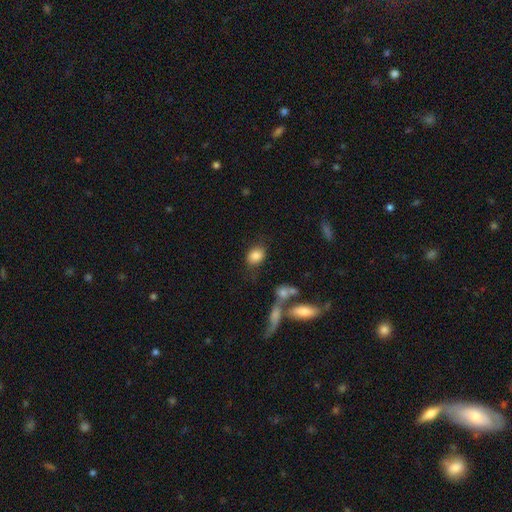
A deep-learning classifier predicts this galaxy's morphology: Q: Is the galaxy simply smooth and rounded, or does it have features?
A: smooth — 83%.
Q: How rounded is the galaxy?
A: in between — 62%.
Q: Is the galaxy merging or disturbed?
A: none — 70%.